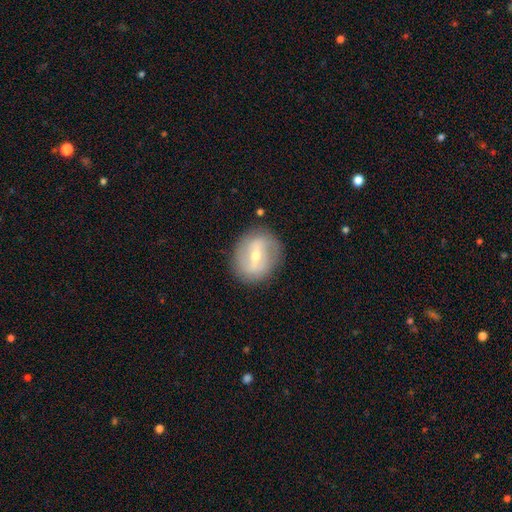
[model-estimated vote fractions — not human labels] smooth-or-featured: featured or disk: 67% | smooth: 26% | star or artifact: 7%
  disk-edge-on: no: 93% | yes: 7%
    bar: strong: 46% | weak: 39% | no: 15%
    has-spiral-arms: yes: 55% | no: 45%
    bulge-size: moderate: 55% | small: 41% | large: 2% | none: 1% | dominant: 1%
  merging: none: 84% | minor disturbance: 11% | major disturbance: 4% | merger: 1%